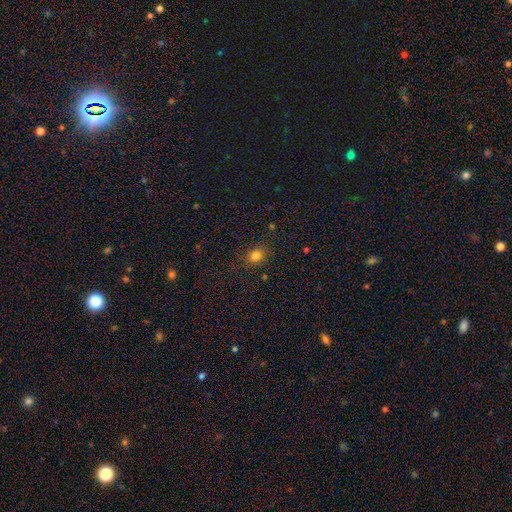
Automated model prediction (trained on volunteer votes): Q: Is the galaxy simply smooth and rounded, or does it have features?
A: smooth — 79%.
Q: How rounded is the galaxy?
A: round — 54%.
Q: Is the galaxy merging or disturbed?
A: none — 81%.